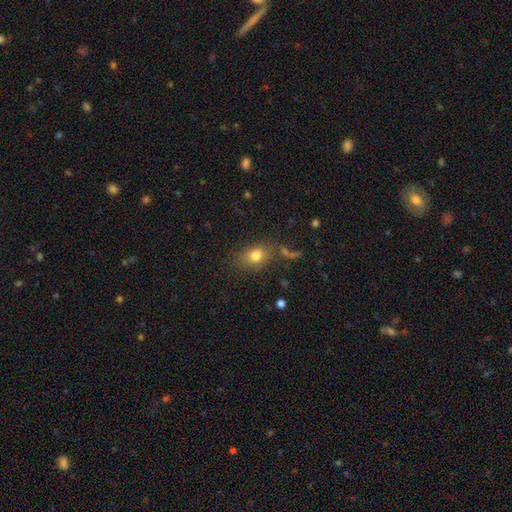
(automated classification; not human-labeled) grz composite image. It shows a smooth galaxy with no disk features (79%) that is in between round and cigar-shaped (73%). Merging: none (68%).